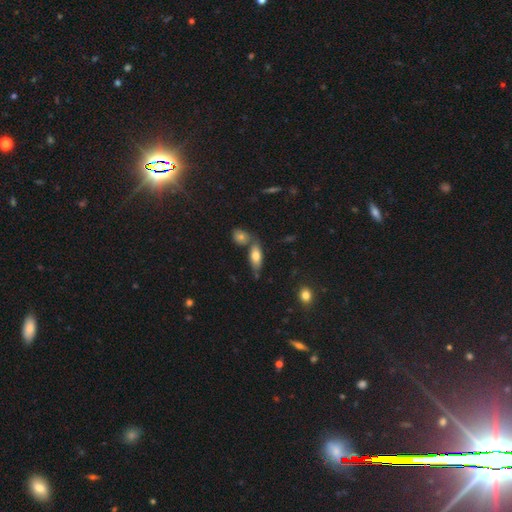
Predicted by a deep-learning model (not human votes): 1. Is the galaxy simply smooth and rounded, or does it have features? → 72% smooth, 20% featured or disk, 7% star or artifact.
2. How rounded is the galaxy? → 78% in between, 19% cigar-shaped, 3% round.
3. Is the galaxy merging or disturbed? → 59% none, 23% merger, 14% minor disturbance, 4% major disturbance.